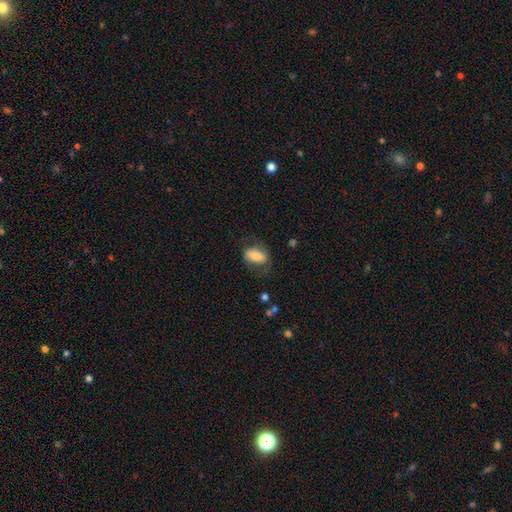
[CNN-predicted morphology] Smooth or featured? smooth (68%)
How rounded? in between (87%)
Merging? none (64%)